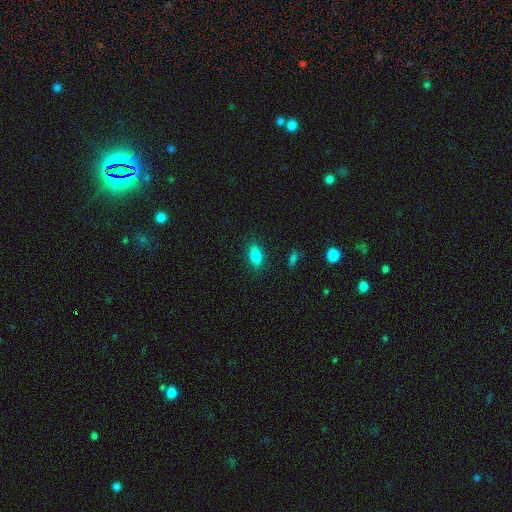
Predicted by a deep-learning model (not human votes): Overall: smooth (84%). How rounded: in between (85%). Merging: none (87%).